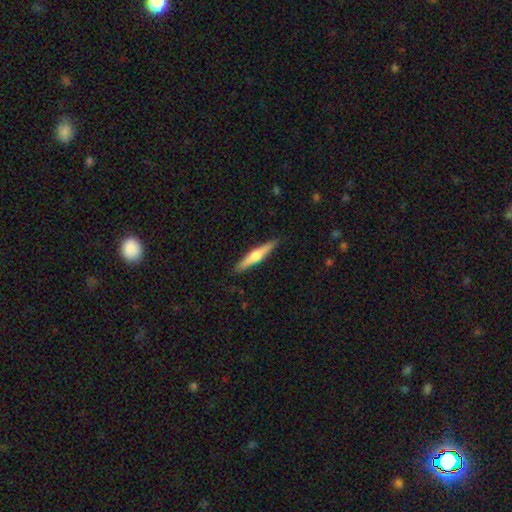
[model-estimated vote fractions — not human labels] The model was most divided on "smooth or featured": featured or disk: 55%, smooth: 40%, star or artifact: 5%. More confident: edge-on disk — yes (97%); merging — none (90%); edge-on bulge — rounded (89%).